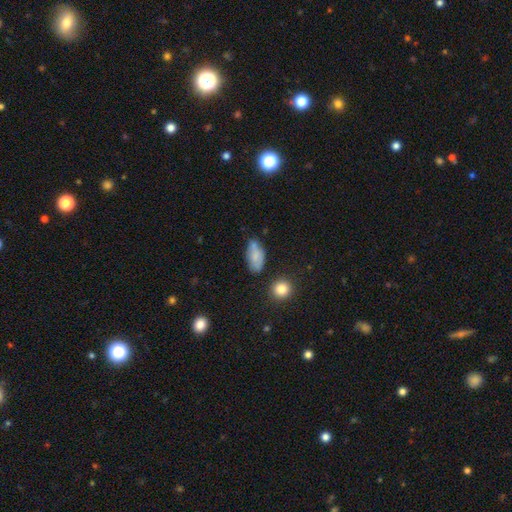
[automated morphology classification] Smooth or featured? Predicted: smooth (p=0.71). How rounded? Predicted: in between (p=0.89). Merging? Predicted: none (p=0.54).